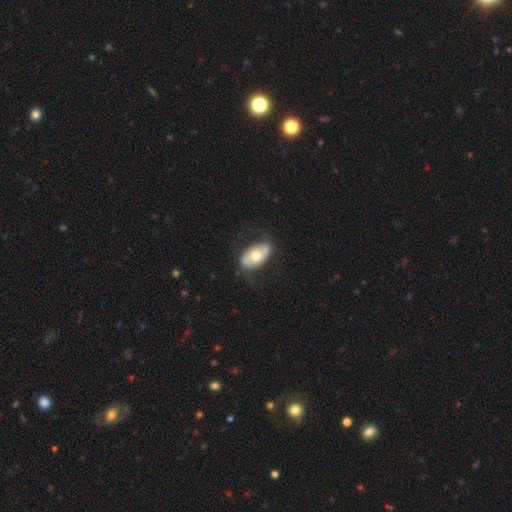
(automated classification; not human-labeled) Q: Smooth or featured?
A: smooth (49%); runner-up: featured or disk (45%)
Q: Merging?
A: none (70%); runner-up: minor disturbance (21%)